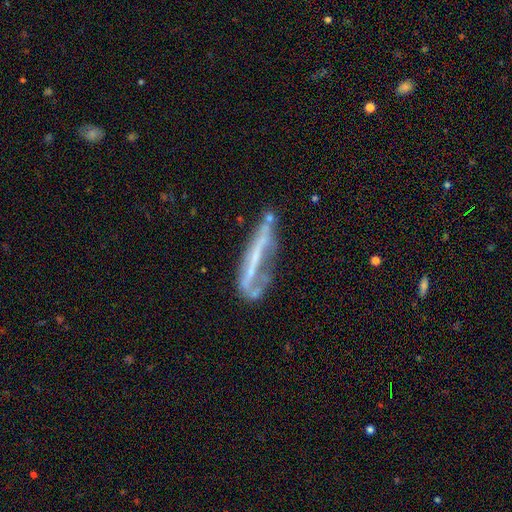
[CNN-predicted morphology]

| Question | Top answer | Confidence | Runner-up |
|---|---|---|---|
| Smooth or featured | featured or disk | 62% | smooth (28%) |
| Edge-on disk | no | 53% | yes (47%) |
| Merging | none | 36% | major disturbance (26%) |